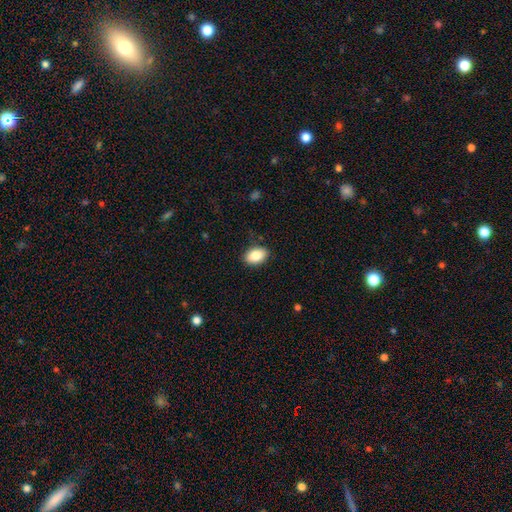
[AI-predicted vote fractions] smooth-or-featured: smooth: 86% | star or artifact: 8% | featured or disk: 7%
  how-rounded: in between: 86% | round: 12% | cigar-shaped: 1%
  merging: none: 87% | minor disturbance: 9% | major disturbance: 2% | merger: 1%